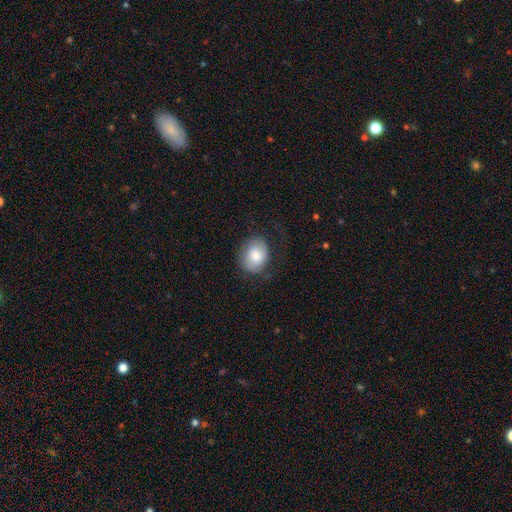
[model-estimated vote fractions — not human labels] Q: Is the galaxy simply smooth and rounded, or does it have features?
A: smooth — 73%.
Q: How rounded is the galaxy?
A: round — 51%.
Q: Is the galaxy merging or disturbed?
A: none — 64%.